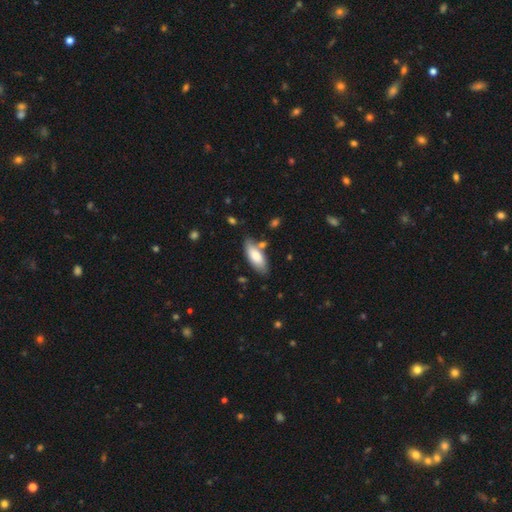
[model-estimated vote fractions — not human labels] Q: Smooth or featured?
A: smooth (78%); runner-up: featured or disk (16%)
Q: How rounded?
A: in between (75%); runner-up: cigar-shaped (23%)
Q: Merging?
A: none (73%); runner-up: minor disturbance (16%)